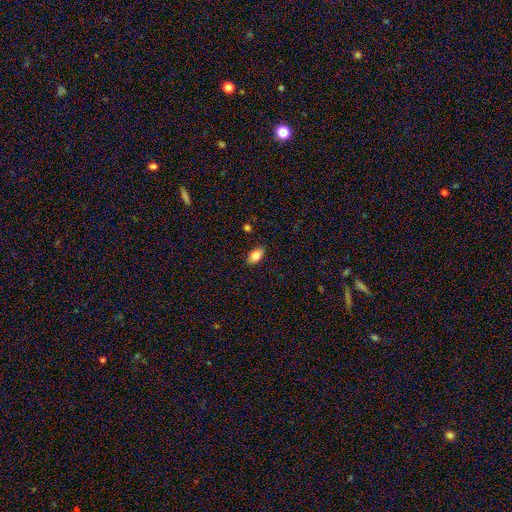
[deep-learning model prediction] A smooth galaxy with no disk features (85%) that is in between round and cigar-shaped (92%).

Vote fractions:
- Smooth or featured? smooth: 85% / featured or disk: 8% / star or artifact: 8%
- How rounded? in between: 92% / round: 4% / cigar-shaped: 3%
- Merging? none: 86% / minor disturbance: 10% / major disturbance: 2% / merger: 1%